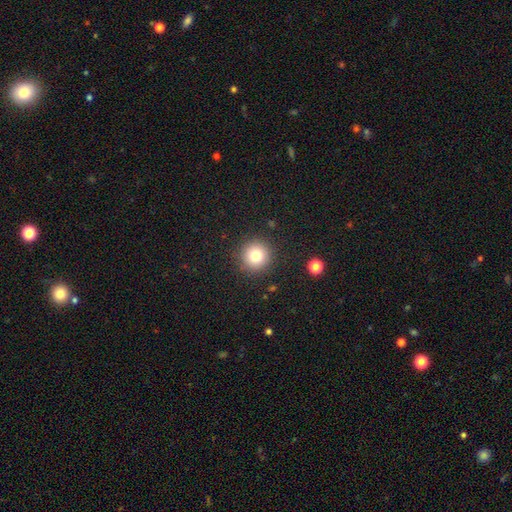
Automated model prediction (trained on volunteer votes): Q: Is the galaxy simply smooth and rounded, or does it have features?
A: smooth — 79%.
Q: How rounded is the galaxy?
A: round — 95%.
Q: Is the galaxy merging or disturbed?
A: none — 90%.